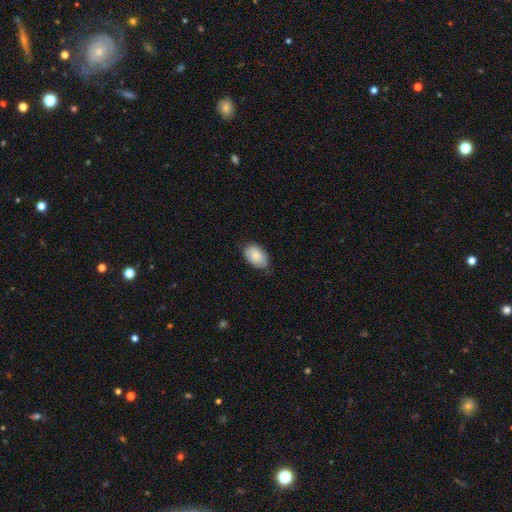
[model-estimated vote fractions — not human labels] Smooth or featured? Predicted: smooth (p=0.82). How rounded? Predicted: in between (p=0.91). Merging? Predicted: none (p=0.70).